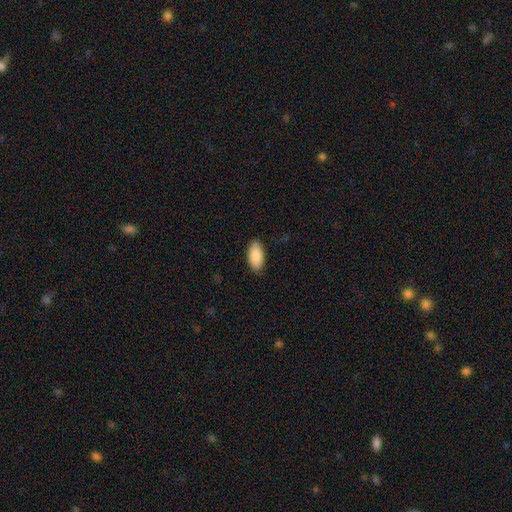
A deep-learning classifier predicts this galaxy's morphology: smooth 89%, star or artifact 6%, featured or disk 5%. Down the decision tree: how rounded — in between (93%); merging — none (88%).